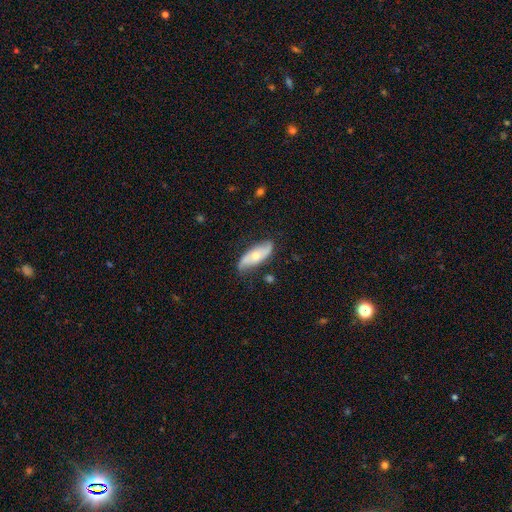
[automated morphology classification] A featured or disk galaxy (52%). Merging: none (75%).